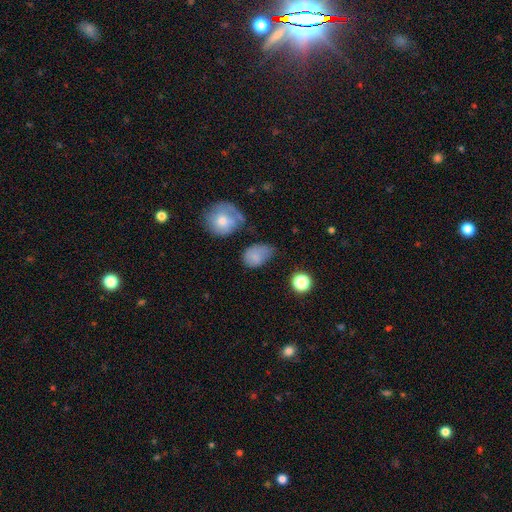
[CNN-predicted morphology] smooth-or-featured: smooth: 74% | featured or disk: 16% | star or artifact: 11%
  how-rounded: in between: 74% | round: 24% | cigar-shaped: 1%
  merging: minor disturbance: 38% | none: 36% | major disturbance: 18% | merger: 7%